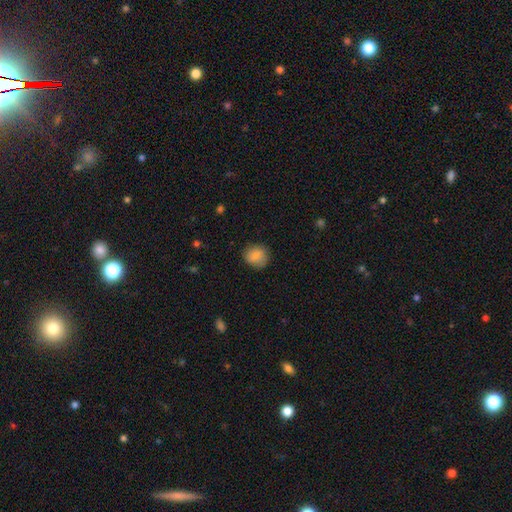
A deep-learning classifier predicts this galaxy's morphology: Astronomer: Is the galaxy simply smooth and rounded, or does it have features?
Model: smooth — 85%.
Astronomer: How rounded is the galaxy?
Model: round — 84%.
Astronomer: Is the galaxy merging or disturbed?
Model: none — 83%.